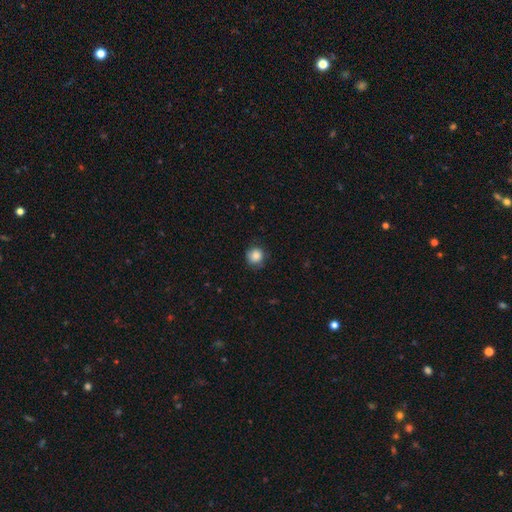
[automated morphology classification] Smooth or featured: smooth — 85% (star or artifact — 9%)
How rounded: round — 90% (in between — 9%)
Merging: none — 78% (minor disturbance — 17%)